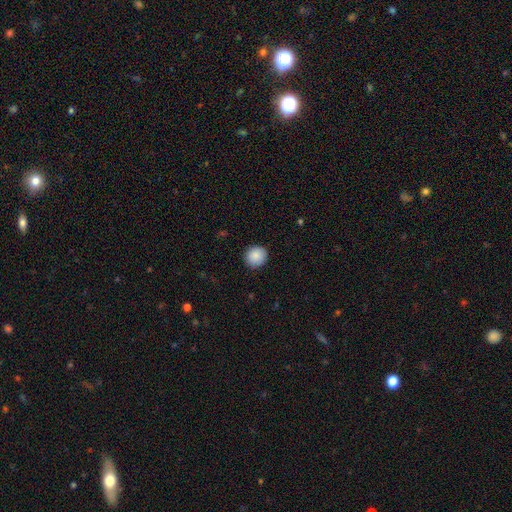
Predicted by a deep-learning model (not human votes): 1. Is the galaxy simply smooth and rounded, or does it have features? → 88% smooth, 8% star or artifact, 4% featured or disk.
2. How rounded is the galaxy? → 88% round, 11% in between, 1% cigar-shaped.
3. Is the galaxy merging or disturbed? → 90% none, 7% minor disturbance, 2% major disturbance, 1% merger.